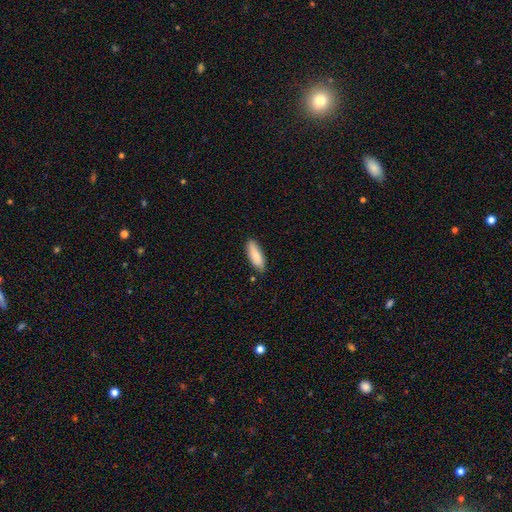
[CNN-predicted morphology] A smooth galaxy with no disk features (83%) that is in between round and cigar-shaped (60%). Merging: none (83%).